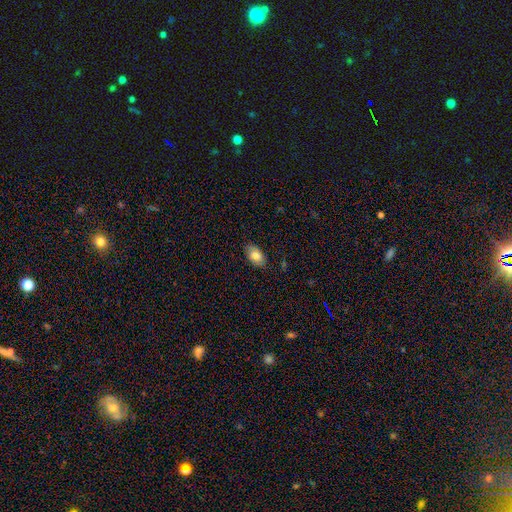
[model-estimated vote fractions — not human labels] smooth-or-featured: smooth: 77% | featured or disk: 16% | star or artifact: 7%
  how-rounded: in between: 93% | round: 6% | cigar-shaped: 2%
  merging: none: 84% | minor disturbance: 13% | major disturbance: 3% | merger: 1%